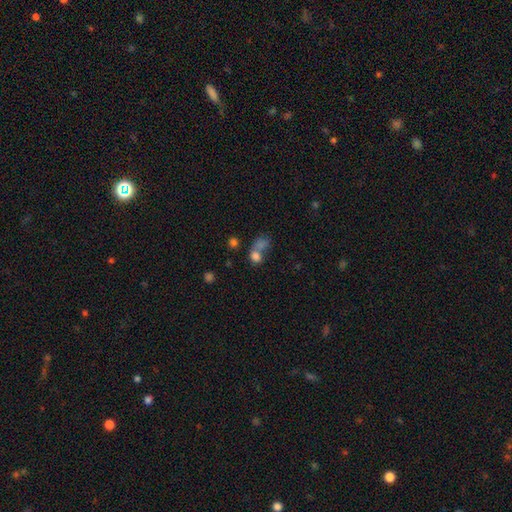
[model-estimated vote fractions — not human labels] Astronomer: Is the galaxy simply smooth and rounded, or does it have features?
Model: smooth — 47% (runner-up: star or artifact, 33%).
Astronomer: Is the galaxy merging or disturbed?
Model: none — 43% (runner-up: merger, 39%).